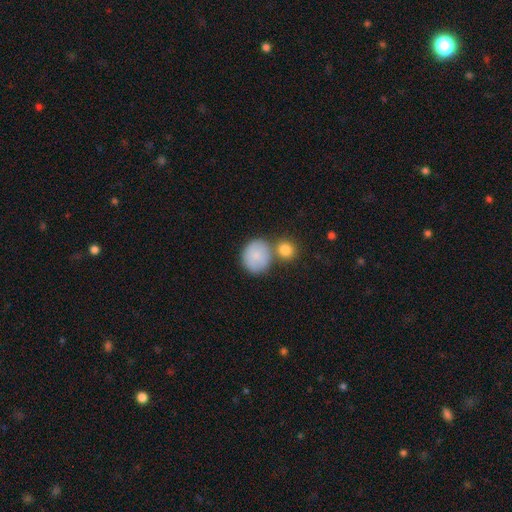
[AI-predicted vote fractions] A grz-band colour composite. It shows a smooth galaxy with no disk features (82%) that is round (82%). Merging: none (49%).